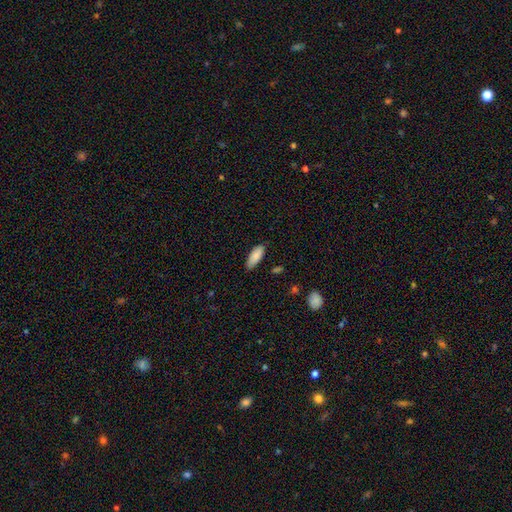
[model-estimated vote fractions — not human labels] Smooth or featured?
  - smooth: 87% *
  - featured or disk: 7%
  - star or artifact: 6%
How rounded?
  - in between: 75% *
  - cigar-shaped: 24%
  - round: 2%
Merging?
  - none: 82% *
  - minor disturbance: 15%
  - major disturbance: 2%
  - merger: 1%